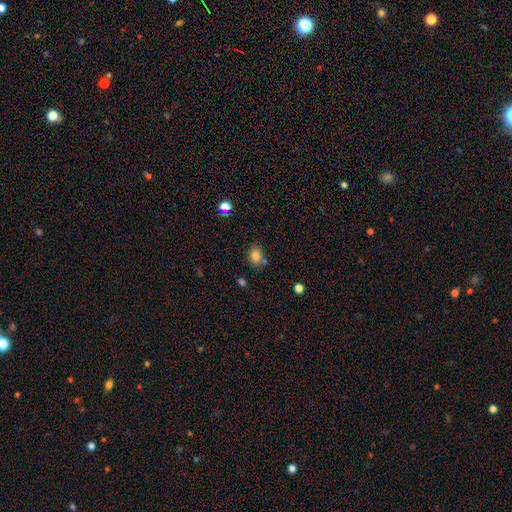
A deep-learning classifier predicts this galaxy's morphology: Q: Smooth or featured?
A: smooth (80%); runner-up: star or artifact (12%)
Q: How rounded?
A: in between (53%); runner-up: round (46%)
Q: Merging?
A: none (69%); runner-up: minor disturbance (16%)